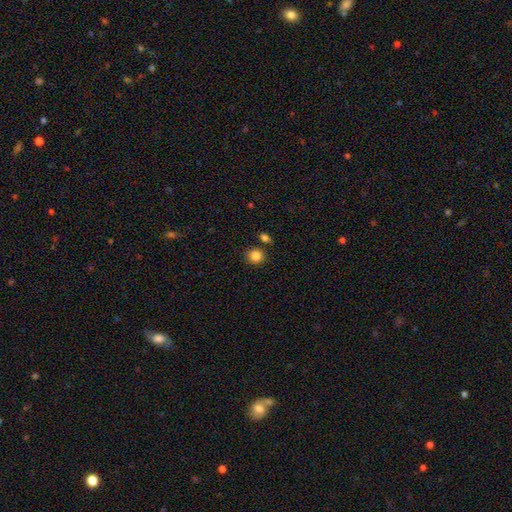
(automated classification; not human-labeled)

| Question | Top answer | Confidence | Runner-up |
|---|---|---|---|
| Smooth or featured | smooth | 85% | star or artifact (10%) |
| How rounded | round | 83% | in between (16%) |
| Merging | none | 81% | minor disturbance (9%) |